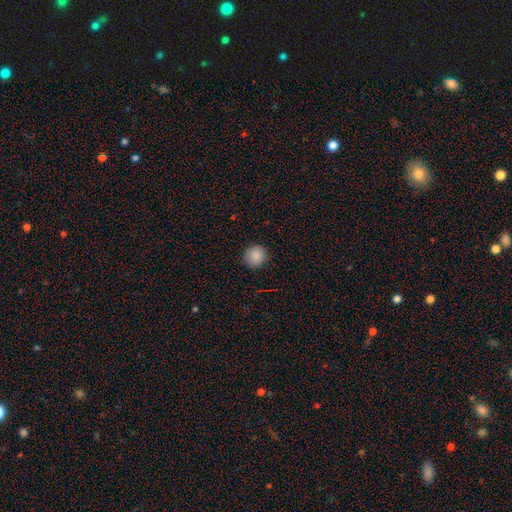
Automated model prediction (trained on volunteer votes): This is clearly a smooth galaxy (87%). How rounded: clearly round (92%). Merging: clearly none (90%).